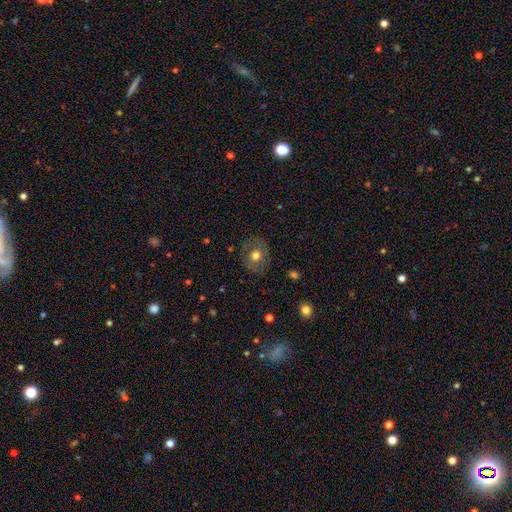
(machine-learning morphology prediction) type=smooth (56%); roundness=round (73%); merging=none (81%).